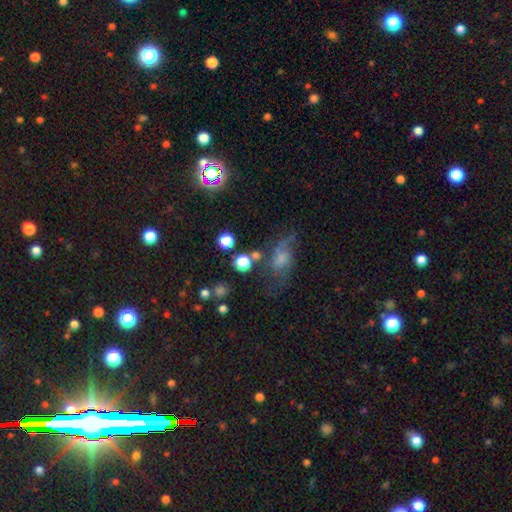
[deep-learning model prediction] A featured or disk galaxy (42%). Merging: none (45%).